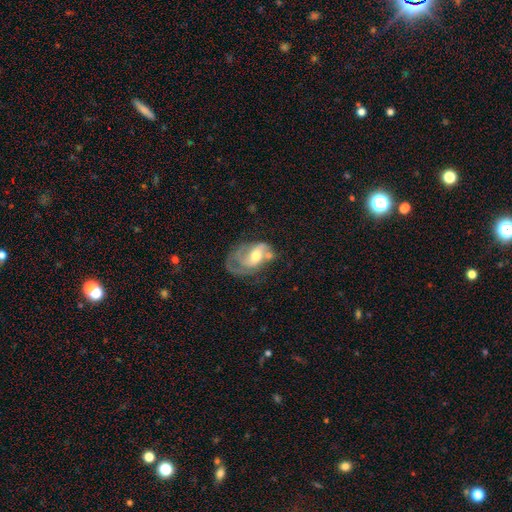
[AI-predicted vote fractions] Smooth or featured: featured or disk — 69% (smooth — 24%)
Edge-on disk: no — 96% (yes — 4%)
Bar: no — 45% (weak — 41%)
Spiral arms: yes — 79% (no — 21%)
Spiral winding: medium — 42% (loose — 35%)
Spiral arm count: 2 — 42% (1 — 31%)
Bulge size: moderate — 64% (small — 23%)
Merging: major disturbance — 38% (none — 28%)